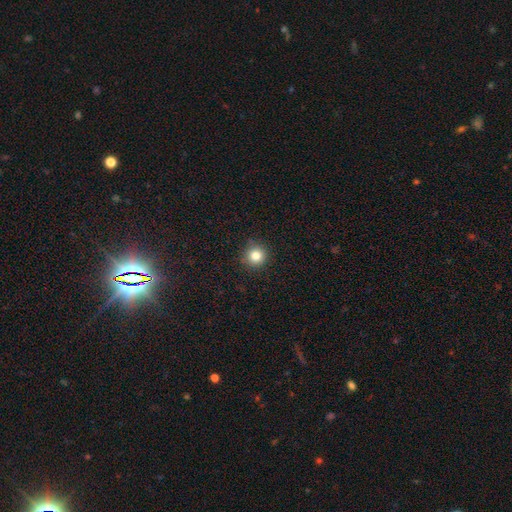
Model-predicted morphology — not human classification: Overall: smooth (83%). How rounded: round (95%). Merging: none (89%).